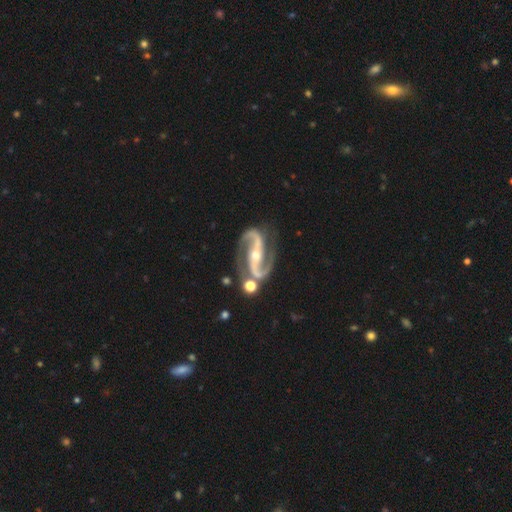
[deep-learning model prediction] smooth-or-featured: featured or disk: 94% | star or artifact: 4% | smooth: 2%
  disk-edge-on: no: 97% | yes: 3%
    bar: strong: 56% | weak: 22% | no: 22%
    has-spiral-arms: yes: 99% | no: 1%
      spiral-winding: medium: 57% | loose: 25% | tight: 17%
      spiral-arm-count: 2: 95% | 3: 1% | can't tell: 1% | 1: 1% | 4: 1% | more than 4: 1%
    bulge-size: small: 51% | moderate: 45% | large: 2% | none: 1% | dominant: 1%
  merging: none: 76% | minor disturbance: 13% | merger: 6% | major disturbance: 5%